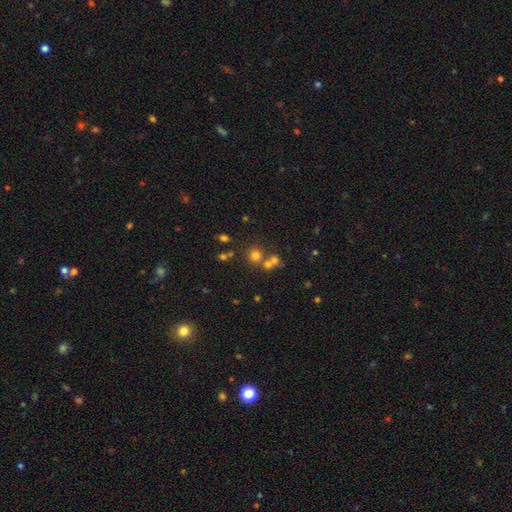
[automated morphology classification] smooth-or-featured: smooth: 67% | star or artifact: 21% | featured or disk: 12%
  how-rounded: round: 86% | in between: 13% | cigar-shaped: 1%
  merging: none: 59% | merger: 30% | minor disturbance: 7% | major disturbance: 4%